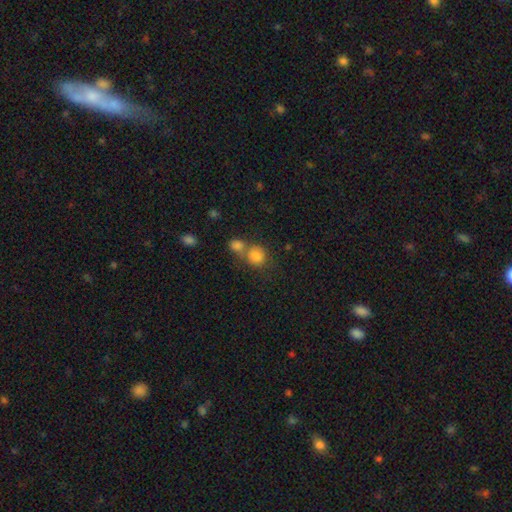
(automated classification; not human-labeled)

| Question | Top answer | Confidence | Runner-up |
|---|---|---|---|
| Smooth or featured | smooth | 82% | star or artifact (11%) |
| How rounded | round | 79% | in between (20%) |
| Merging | merger | 44% | none (43%) |